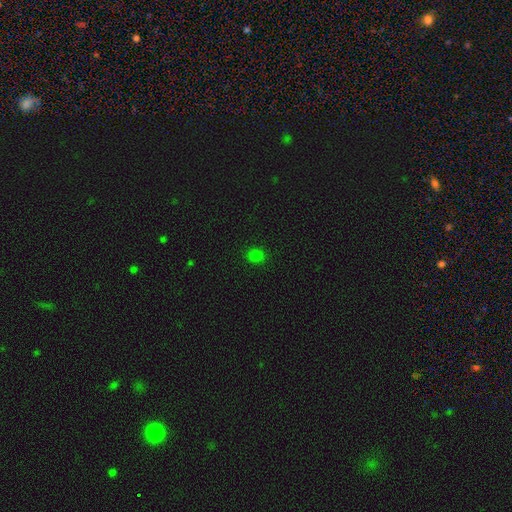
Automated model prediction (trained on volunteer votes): The model was most divided on "how rounded": round: 67%, in between: 32%, cigar-shaped: 1%. More confident: merging — none (89%); smooth or featured — smooth (79%).